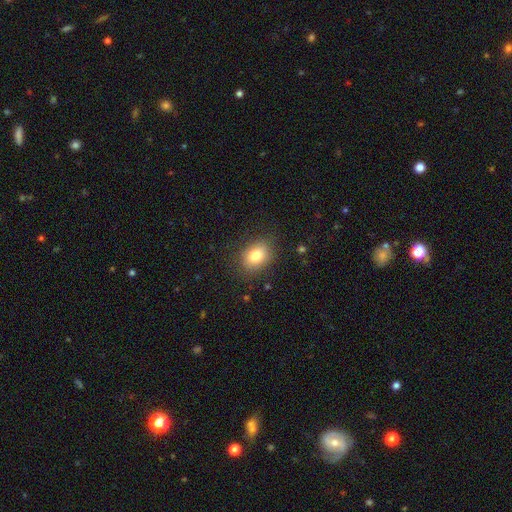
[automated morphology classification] Q: Smooth or featured?
A: smooth (81%); runner-up: featured or disk (10%)
Q: How rounded?
A: in between (69%); runner-up: round (30%)
Q: Merging?
A: none (83%); runner-up: minor disturbance (12%)